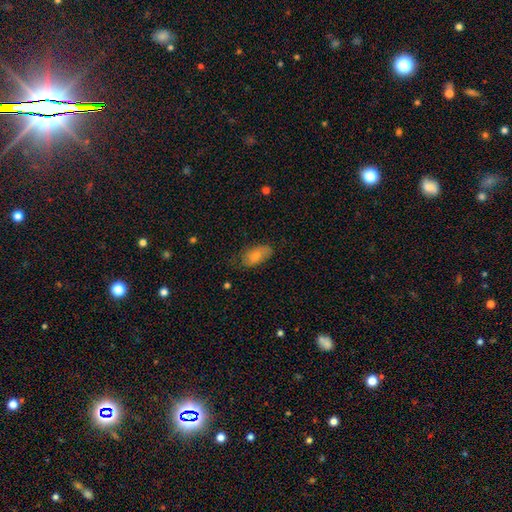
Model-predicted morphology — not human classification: Smooth or featured? Predicted: smooth (p=0.80). How rounded? Predicted: in between (p=0.92). Merging? Predicted: none (p=0.66).